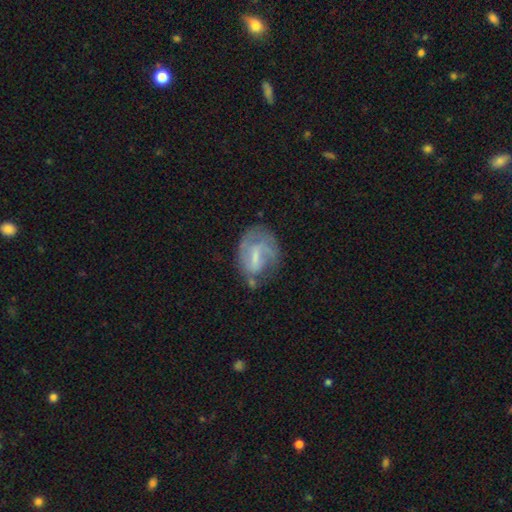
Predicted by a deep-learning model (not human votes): Smooth or featured? featured or disk (65%)
Edge-on disk? no (96%)
Bar? weak (52%)
Spiral arms? yes (74%)
Bulge size? small (42%)
Merging? none (48%)